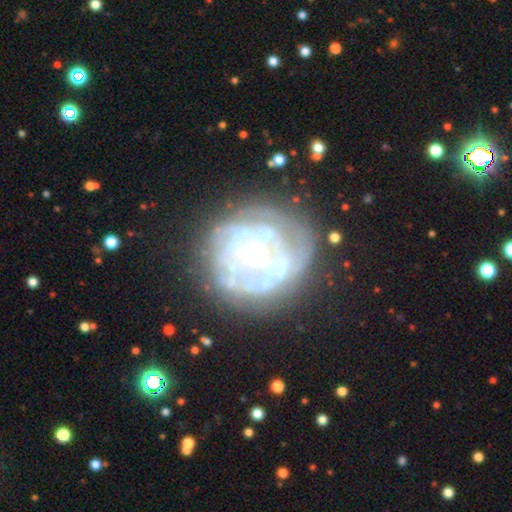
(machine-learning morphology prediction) featured or disk 71%, smooth 18%, star or artifact 11%. Down the decision tree: edge-on disk — no (98%); bar — no (85%); spiral arms — no (76%); bulge size — none (45%); merging — none (59%).